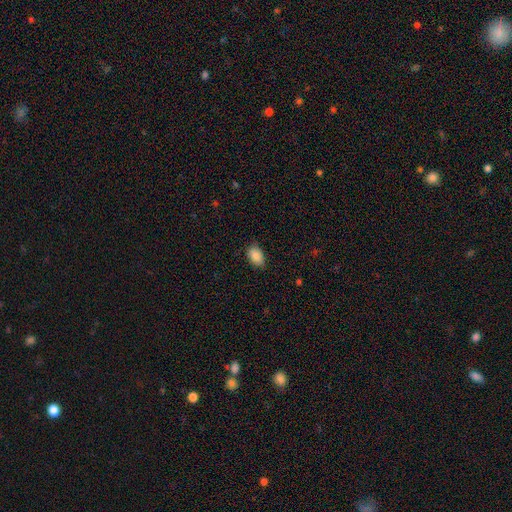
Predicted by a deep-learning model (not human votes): A smooth galaxy with no disk features (87%) that is in between round and cigar-shaped (88%). Merging: none (82%).